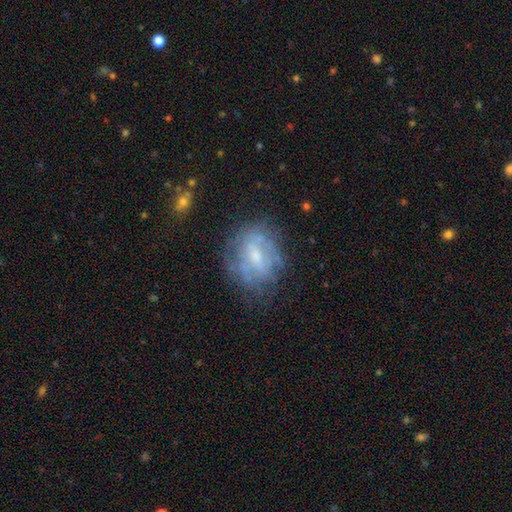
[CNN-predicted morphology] Overall: featured or disk (62%; smooth 28%). Edge-on disk: no (96%). Bar: weak (47%; no 37%). Spiral arms: yes (53%; no 47%). Bulge size: small (43%; moderate 40%). Merging: none (63%).